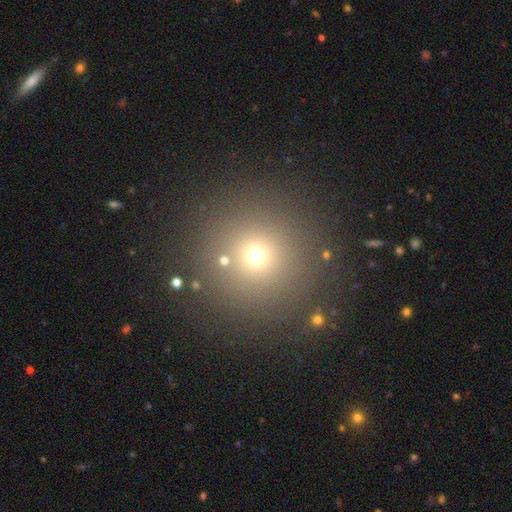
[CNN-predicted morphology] Smooth or featured?
  - smooth: 65% *
  - star or artifact: 25%
  - featured or disk: 9%
How rounded?
  - round: 95% *
  - in between: 4%
  - cigar-shaped: 1%
Merging?
  - none: 85% *
  - minor disturbance: 7%
  - major disturbance: 4%
  - merger: 4%